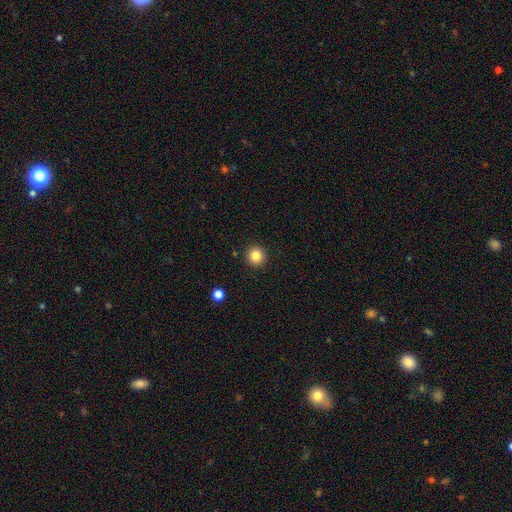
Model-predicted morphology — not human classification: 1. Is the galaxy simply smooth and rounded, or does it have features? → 84% smooth, 11% star or artifact, 5% featured or disk.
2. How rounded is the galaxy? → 95% round, 4% in between, 1% cigar-shaped.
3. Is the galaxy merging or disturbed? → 92% none, 5% minor disturbance, 2% major disturbance, 1% merger.